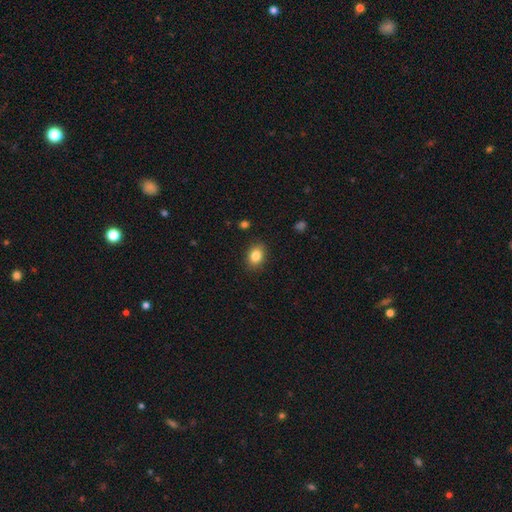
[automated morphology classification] A smooth galaxy with no disk features (85%) that is in between round and cigar-shaped (69%).

Vote fractions:
- Smooth or featured? smooth: 85% / star or artifact: 9% / featured or disk: 6%
- How rounded? in between: 69% / round: 30% / cigar-shaped: 1%
- Merging? none: 88% / minor disturbance: 9% / major disturbance: 2% / merger: 1%